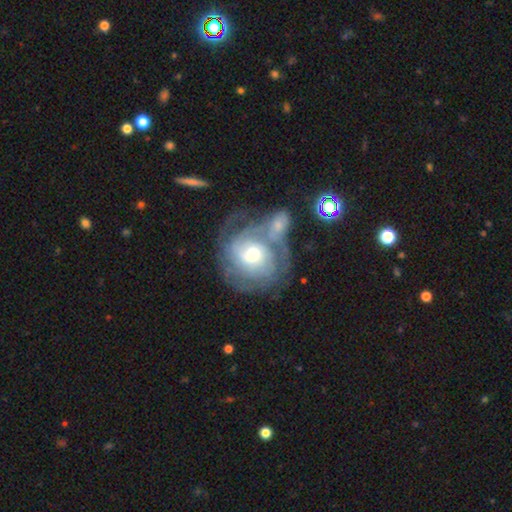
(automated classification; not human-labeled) featured or disk 77%, smooth 16%, star or artifact 7%. Down the decision tree: edge-on disk — no (97%); bar — no (63%); spiral arms — yes (90%); spiral arm count — can't tell (45%); spiral winding — tight (65%); bulge size — moderate (53%); merging — merger (45%).